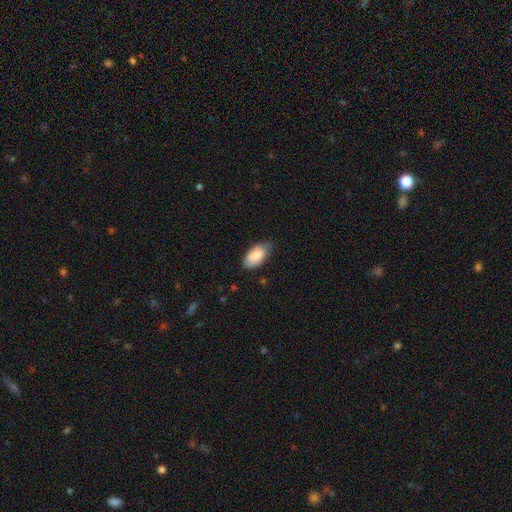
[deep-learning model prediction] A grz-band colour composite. It shows a smooth galaxy with no disk features (86%) that is in between round and cigar-shaped (94%). Merging: none (72%).